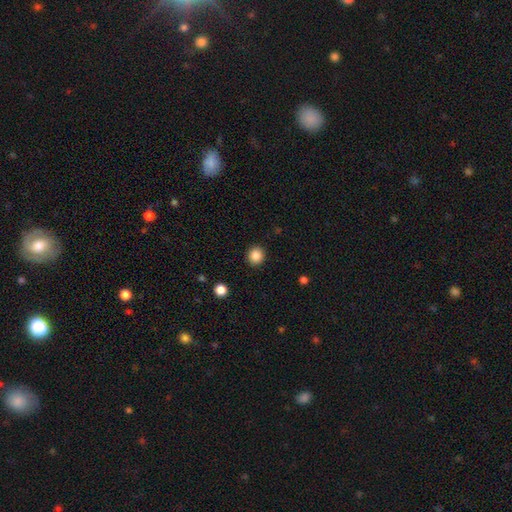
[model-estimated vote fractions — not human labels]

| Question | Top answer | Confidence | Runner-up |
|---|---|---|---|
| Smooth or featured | smooth | 86% | star or artifact (10%) |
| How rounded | round | 91% | in between (8%) |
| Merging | none | 92% | minor disturbance (5%) |